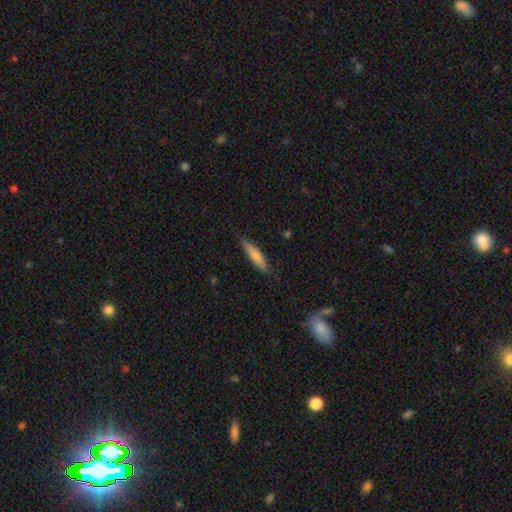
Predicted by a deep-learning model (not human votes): This is likely a smooth galaxy (75%). How rounded: clearly cigar-shaped (81%). Merging: clearly none (82%).